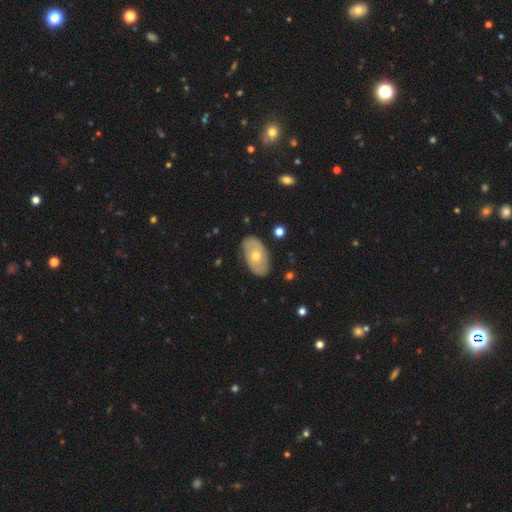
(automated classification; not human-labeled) This appears to be a featured or disk galaxy (53%). Merging: none (82%).